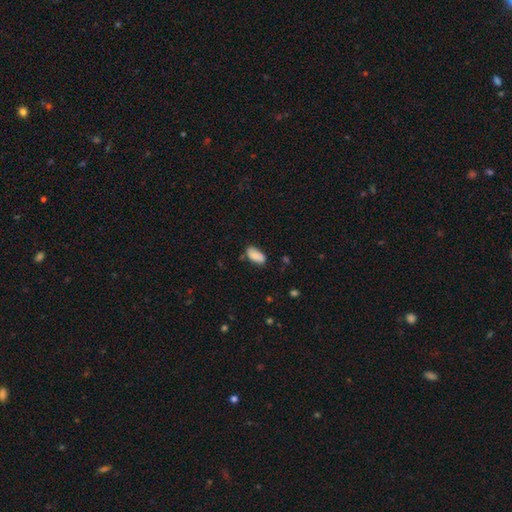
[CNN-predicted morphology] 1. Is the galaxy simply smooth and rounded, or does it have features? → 87% smooth, 7% star or artifact, 6% featured or disk.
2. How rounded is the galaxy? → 93% in between, 4% cigar-shaped, 3% round.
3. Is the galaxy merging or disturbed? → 76% none, 18% minor disturbance, 3% major disturbance, 2% merger.